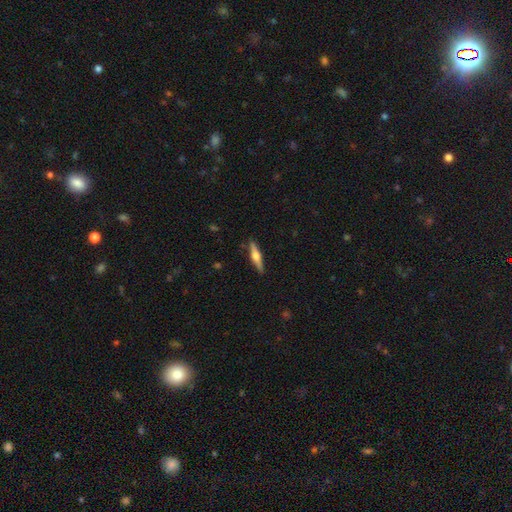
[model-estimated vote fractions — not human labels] This is possibly a featured or disk galaxy (59%). It is clearly viewed edge-on (97%). Edge-on bulge: clearly rounded (89%). Merging: clearly none (88%).